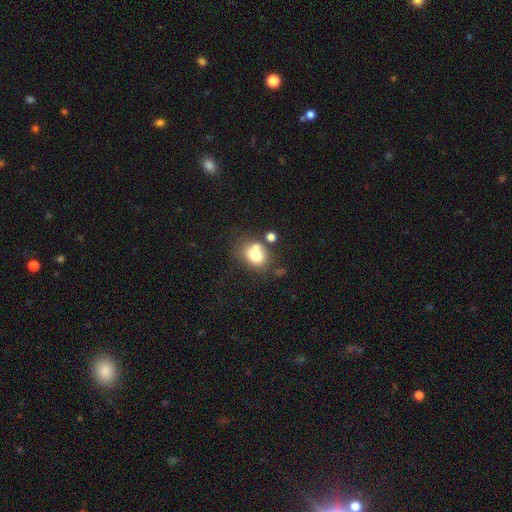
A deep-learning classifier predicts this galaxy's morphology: Smooth or featured: smooth — 72% (featured or disk — 16%)
How rounded: in between — 51% (round — 48%)
Merging: none — 36% (merger — 32%)